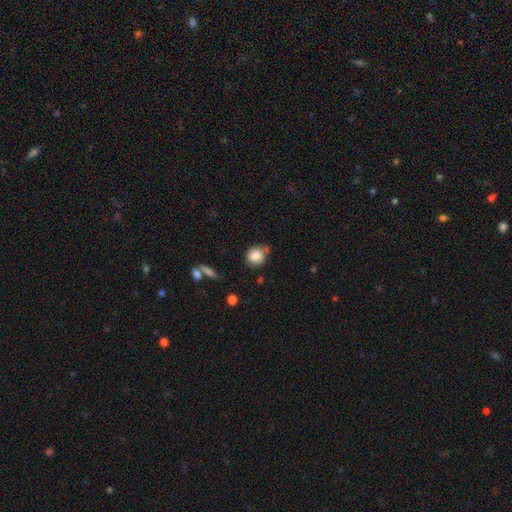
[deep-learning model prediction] A smooth galaxy with no disk features (83%) that is round (82%).

Vote fractions:
- Smooth or featured? smooth: 83% / star or artifact: 9% / featured or disk: 8%
- How rounded? round: 82% / in between: 17% / cigar-shaped: 1%
- Merging? none: 66% / minor disturbance: 20% / merger: 9% / major disturbance: 5%